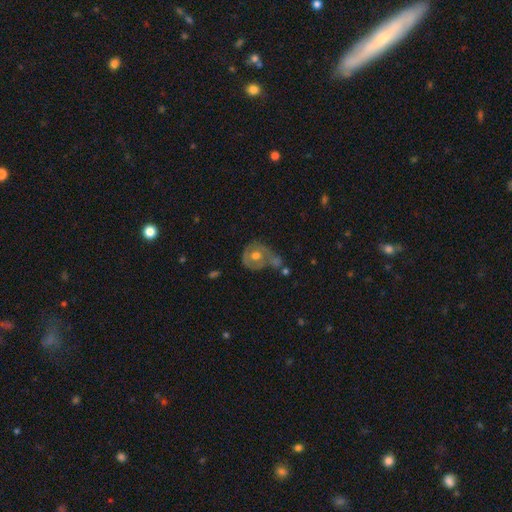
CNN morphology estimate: type=featured or disk (48%); merging=none (34%).